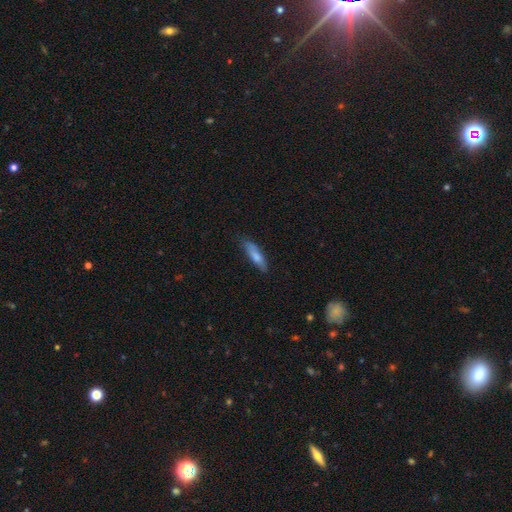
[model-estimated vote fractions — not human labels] Smooth or featured? smooth (74%)
How rounded? cigar-shaped (69%)
Merging? none (77%)